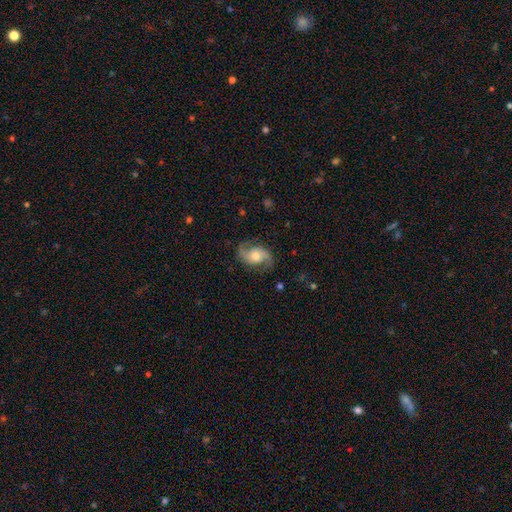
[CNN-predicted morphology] This appears to be a featured or disk galaxy (83%) with no bar (63%), 2 (93%) medium (46%) spiral arms (96%) and a moderate central bulge (59%). Merging: none (78%).